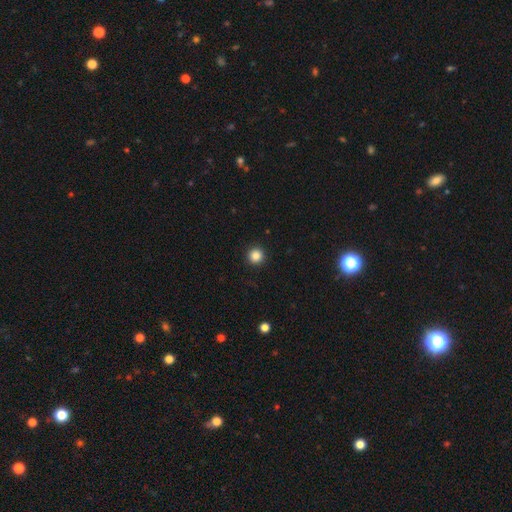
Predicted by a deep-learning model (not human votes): Smooth or featured? Predicted: smooth (p=0.86). How rounded? Predicted: round (p=0.96). Merging? Predicted: none (p=0.93).